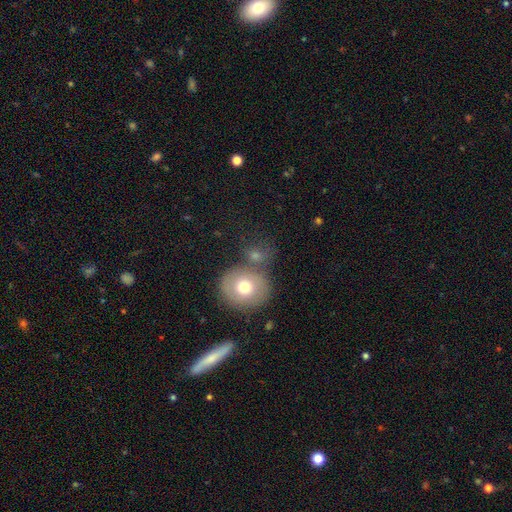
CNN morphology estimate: This is likely a smooth galaxy (63%). How rounded: likely round (77%). Merging: possibly none (60%).